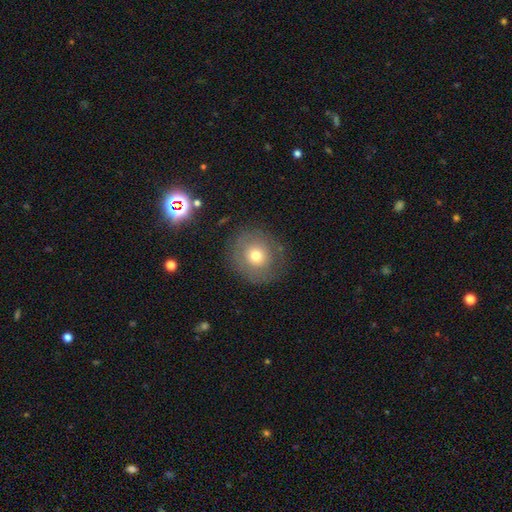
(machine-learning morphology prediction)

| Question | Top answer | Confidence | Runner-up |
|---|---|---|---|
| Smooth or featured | smooth | 64% | featured or disk (25%) |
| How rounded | round | 86% | in between (13%) |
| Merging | none | 79% | minor disturbance (13%) |